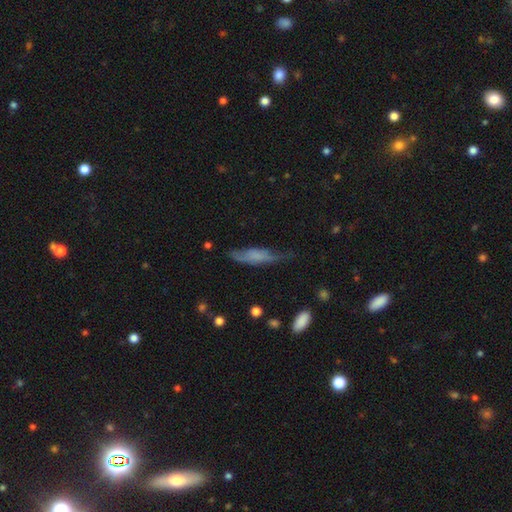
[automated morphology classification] Overall: smooth (52%; featured or disk 40%). How rounded: cigar-shaped (65%; in between 32%). Merging: none (46%; minor disturbance 34%).